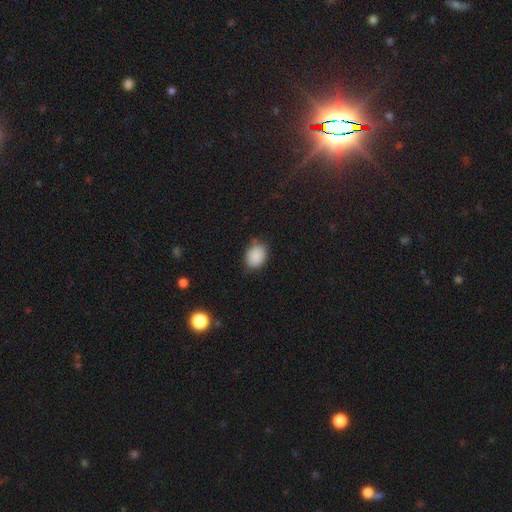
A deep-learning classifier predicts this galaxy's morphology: type=smooth (89%); roundness=in between (65%); merging=none (80%).